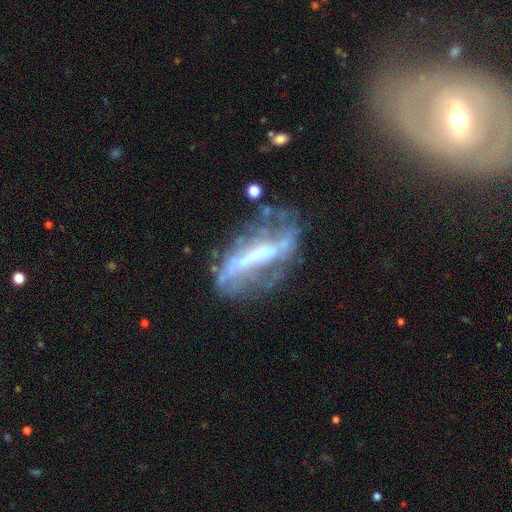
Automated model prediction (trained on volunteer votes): Smooth or featured: featured or disk — 73% (smooth — 16%)
Edge-on disk: no — 85% (yes — 15%)
Bar: strong — 55% (weak — 23%)
Spiral arms: no — 54% (yes — 46%)
Bulge size: none — 31% (small — 29%)
Merging: none — 43% (major disturbance — 27%)